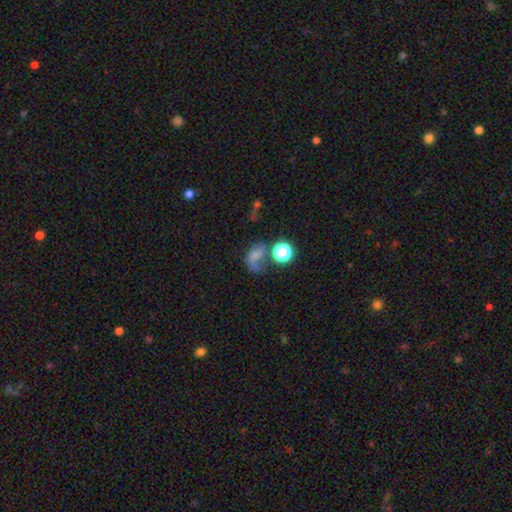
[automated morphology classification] Smooth or featured: smooth — 53% (featured or disk — 26%)
How rounded: in between — 63% (round — 35%)
Merging: major disturbance — 37% (none — 27%)